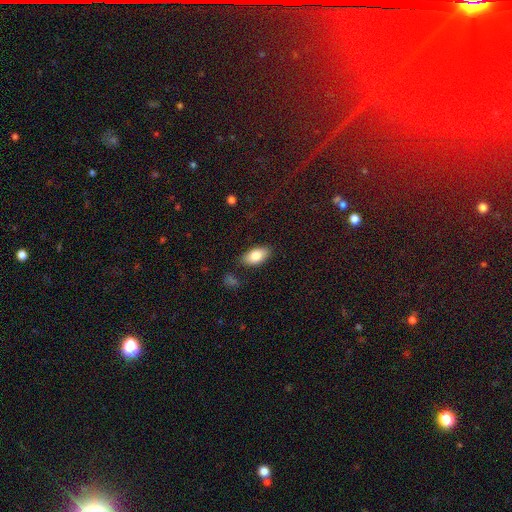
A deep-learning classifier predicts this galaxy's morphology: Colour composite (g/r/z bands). It shows a smooth galaxy with no disk features (82%) that is in between round and cigar-shaped (92%). Merging: none (83%).